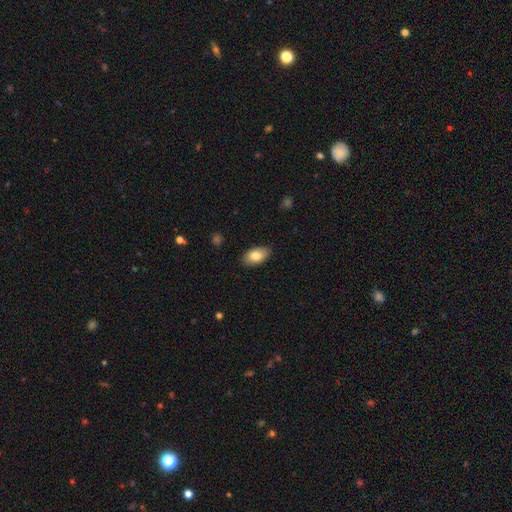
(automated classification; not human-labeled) This appears to be a smooth galaxy with no disk features (81%) that is in between round and cigar-shaped (93%). Merging: none (86%).